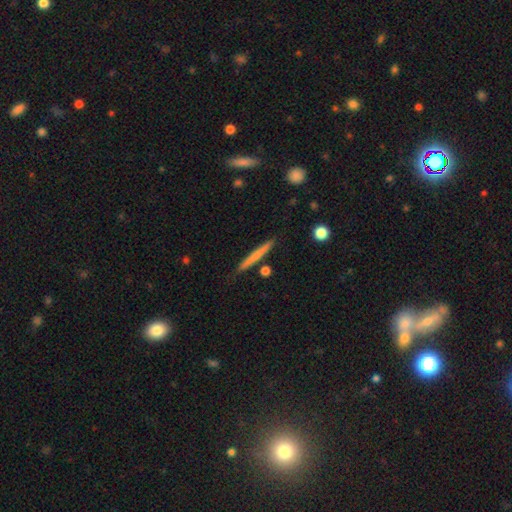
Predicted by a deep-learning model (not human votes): Smooth or featured? smooth (61%)
How rounded? cigar-shaped (96%)
Merging? none (87%)